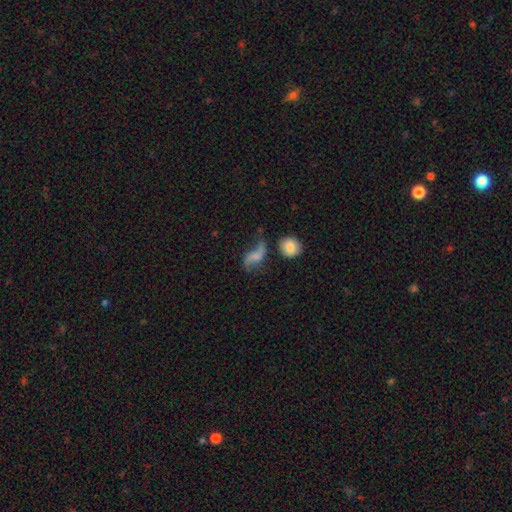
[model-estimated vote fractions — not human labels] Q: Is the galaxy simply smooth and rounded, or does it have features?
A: featured or disk — 57%.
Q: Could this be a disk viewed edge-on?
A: no — 95%.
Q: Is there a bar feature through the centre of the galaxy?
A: no — 52%.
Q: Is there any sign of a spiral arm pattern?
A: yes — 86%.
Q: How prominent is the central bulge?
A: none — 47%.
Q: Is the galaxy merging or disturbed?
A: none — 45%.